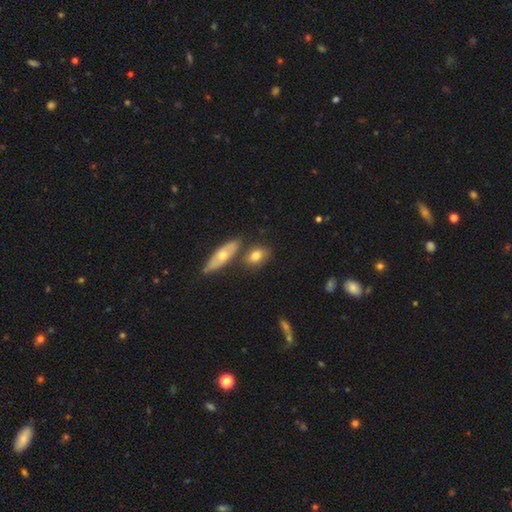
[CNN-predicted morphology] A smooth galaxy with no disk features (73%) that is in between round and cigar-shaped (72%).

Vote fractions:
- Smooth or featured? smooth: 73% / featured or disk: 19% / star or artifact: 7%
- How rounded? in between: 72% / round: 21% / cigar-shaped: 7%
- Merging? none: 66% / merger: 18% / minor disturbance: 13% / major disturbance: 3%